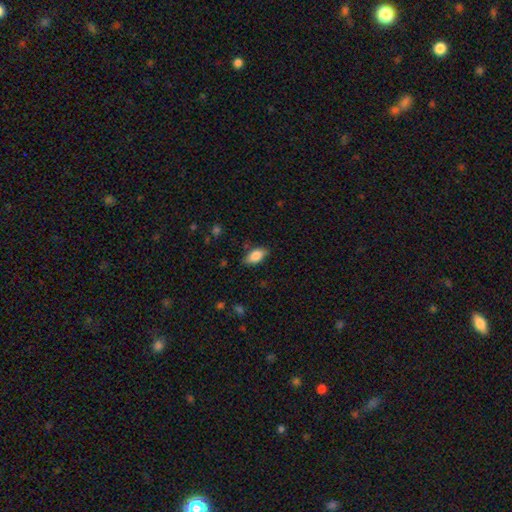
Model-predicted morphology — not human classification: Smooth or featured? Predicted: smooth (p=0.85). How rounded? Predicted: in between (p=0.90). Merging? Predicted: none (p=0.81).